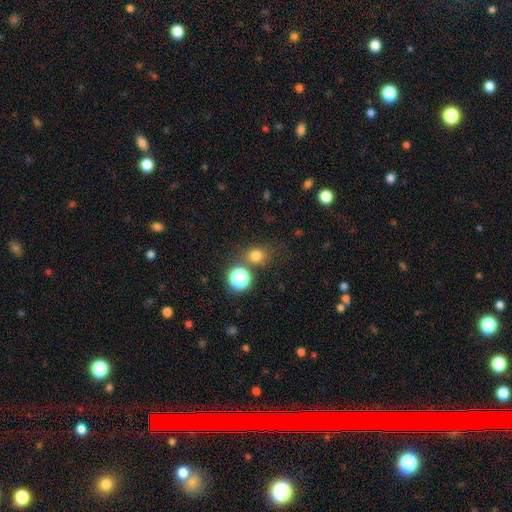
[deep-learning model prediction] Smooth or featured?
  - smooth: 73% *
  - star or artifact: 20%
  - featured or disk: 6%
How rounded?
  - round: 74% *
  - in between: 25%
  - cigar-shaped: 1%
Merging?
  - none: 72% *
  - merger: 12%
  - minor disturbance: 11%
  - major disturbance: 5%